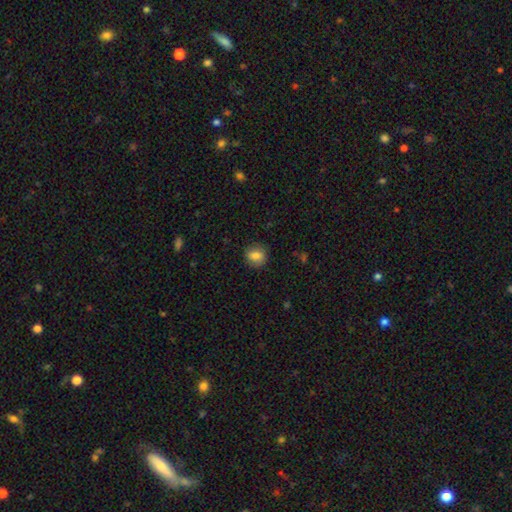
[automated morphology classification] A smooth galaxy with no disk features (82%) that is round (74%).

Vote fractions:
- Smooth or featured? smooth: 82% / featured or disk: 9% / star or artifact: 9%
- How rounded? round: 74% / in between: 24% / cigar-shaped: 1%
- Merging? none: 84% / minor disturbance: 11% / major disturbance: 3% / merger: 1%